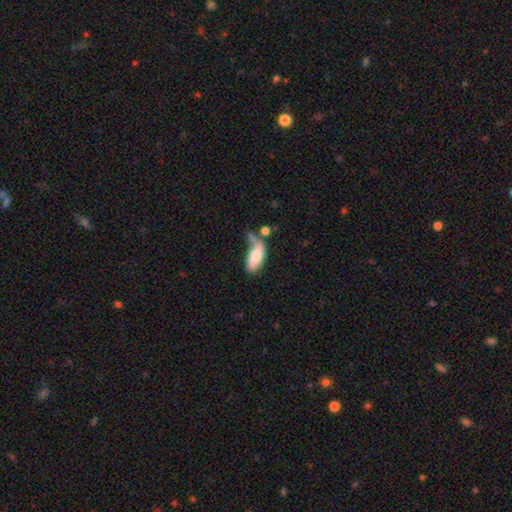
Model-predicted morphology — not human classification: type=smooth (69%); roundness=in between (86%); merging=major disturbance (27%).